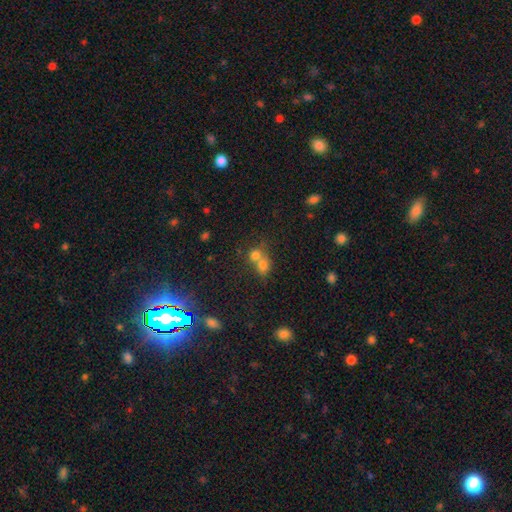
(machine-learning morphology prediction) This is likely a smooth galaxy (73%). How rounded: likely round (69%). Merging: likely merger (66%).